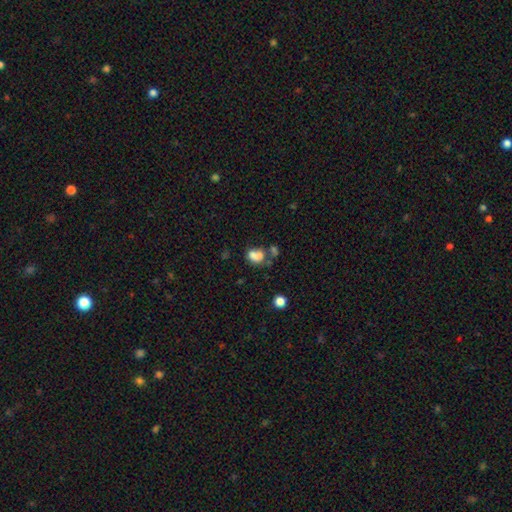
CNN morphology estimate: type=smooth (72%); roundness=in between (61%); merging=merger (41%).